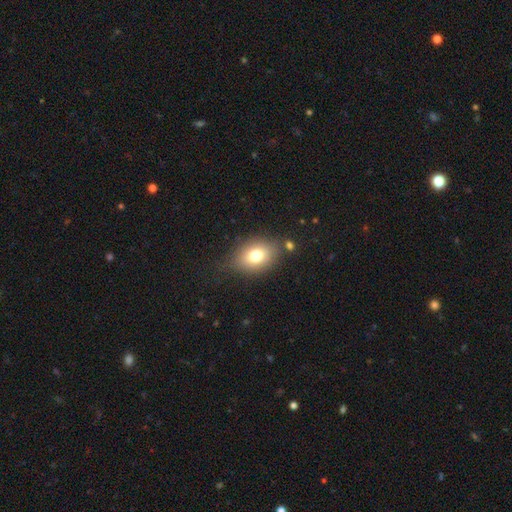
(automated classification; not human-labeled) Smooth or featured: smooth — 76% (featured or disk — 14%)
How rounded: in between — 76% (round — 22%)
Merging: none — 73% (minor disturbance — 17%)